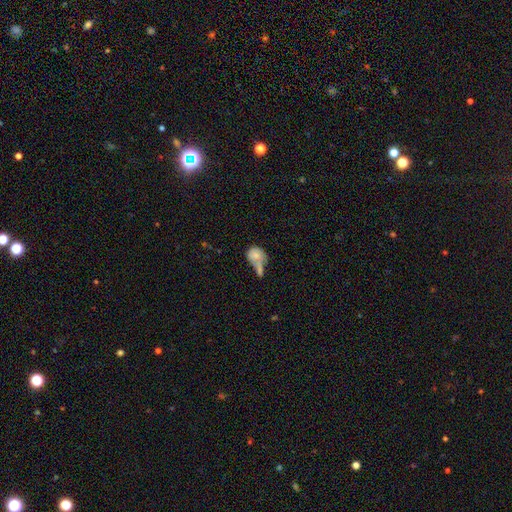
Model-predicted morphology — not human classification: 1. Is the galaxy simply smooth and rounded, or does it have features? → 68% smooth, 24% featured or disk, 8% star or artifact.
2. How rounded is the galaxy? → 57% round, 41% in between, 2% cigar-shaped.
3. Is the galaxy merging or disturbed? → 46% merger, 23% none, 17% minor disturbance, 14% major disturbance.